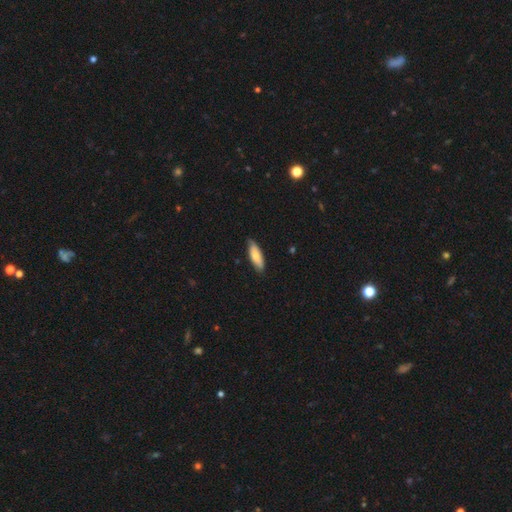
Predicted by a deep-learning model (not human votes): smooth 74%, featured or disk 21%, star or artifact 6%. Down the decision tree: how rounded — in between (55%); merging — none (81%).